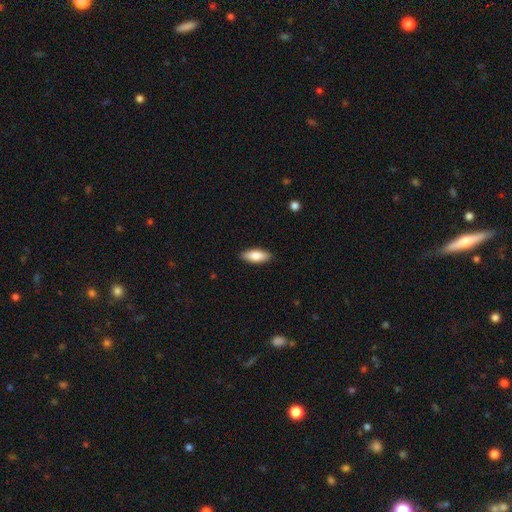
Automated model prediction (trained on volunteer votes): Smooth or featured? Predicted: smooth (p=0.83). How rounded? Predicted: in between (p=0.77). Merging? Predicted: none (p=0.89).